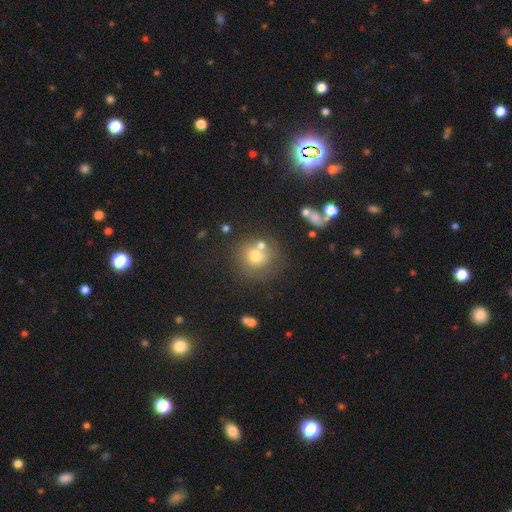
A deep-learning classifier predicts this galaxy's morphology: This is likely a smooth galaxy (70%). How rounded: clearly round (86%). Merging: possibly none (59%).